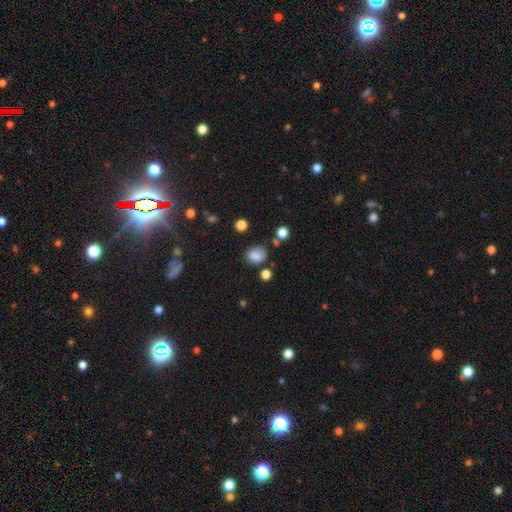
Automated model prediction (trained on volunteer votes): This appears to be a smooth galaxy with no disk features (82%) that is in between round and cigar-shaped (56%). Merging: none (64%).